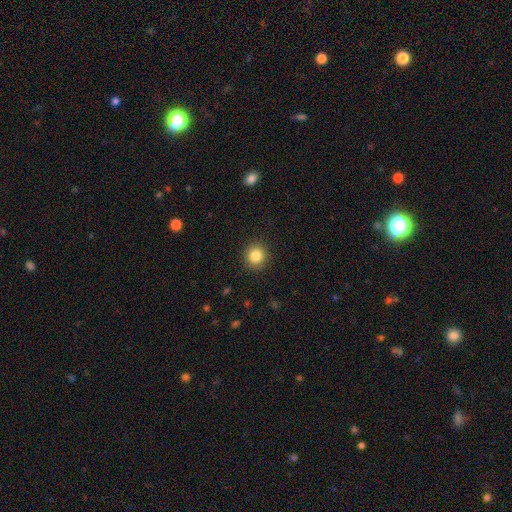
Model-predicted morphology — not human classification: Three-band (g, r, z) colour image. It shows a smooth galaxy with no disk features (84%) that is round (90%). Merging: none (91%).